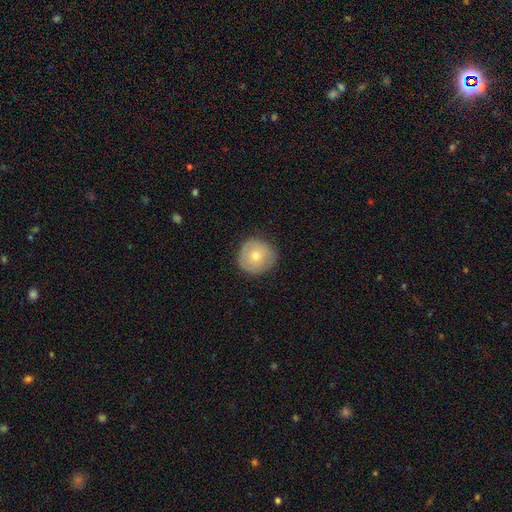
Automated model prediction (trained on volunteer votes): A smooth galaxy with no disk features (67%) that is round (94%).

Vote fractions:
- Smooth or featured? smooth: 67% / featured or disk: 26% / star or artifact: 7%
- How rounded? round: 94% / in between: 5% / cigar-shaped: 1%
- Merging? none: 83% / minor disturbance: 13% / major disturbance: 3% / merger: 1%